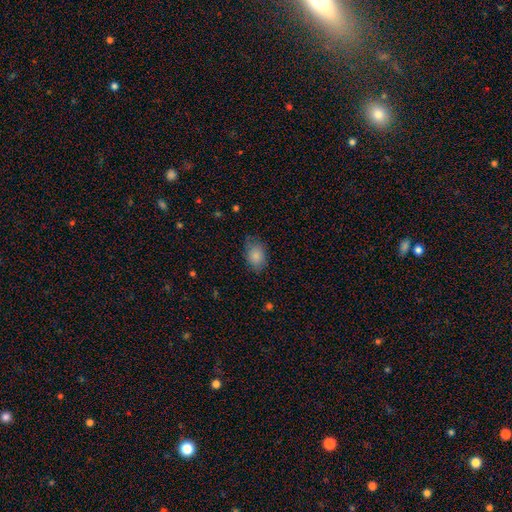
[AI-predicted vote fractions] Q: Smooth or featured?
A: smooth (85%); runner-up: featured or disk (8%)
Q: How rounded?
A: in between (75%); runner-up: round (24%)
Q: Merging?
A: none (72%); runner-up: minor disturbance (21%)